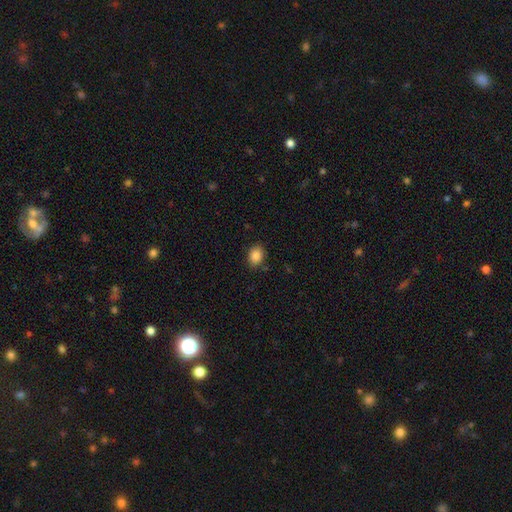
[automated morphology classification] smooth_or_featured: smooth (p=0.87) [alt: star or artifact p=0.09]
how_rounded: in between (p=0.65) [alt: round p=0.34]
merging: none (p=0.86) [alt: minor disturbance p=0.10]